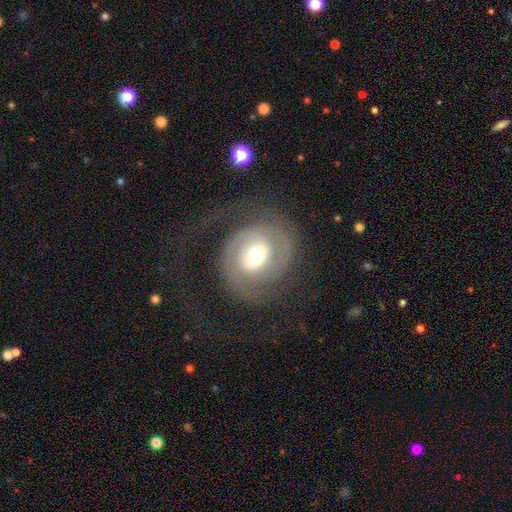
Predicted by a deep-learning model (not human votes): smooth_or_featured: featured or disk (p=0.71) [alt: smooth p=0.21]
disk_edge_on: no (p=0.97) [alt: yes p=0.03]
bar: no (p=0.46) [alt: weak p=0.37]
has_spiral_arms: yes (p=0.79) [alt: no p=0.21]
spiral_winding: tight (p=0.45) [alt: medium p=0.36]
spiral_arm_count: 2 (p=0.68) [alt: can't tell p=0.13]
bulge_size: moderate (p=0.65) [alt: large p=0.16]
merging: none (p=0.66) [alt: major disturbance p=0.18]